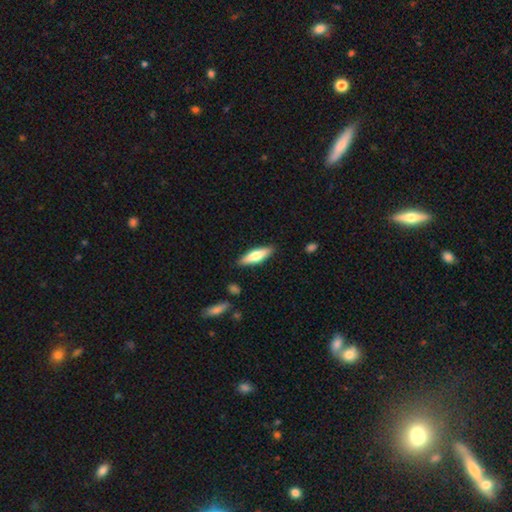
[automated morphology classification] This is possibly a smooth galaxy (60%). How rounded: possibly cigar-shaped (57%). Merging: clearly none (87%).